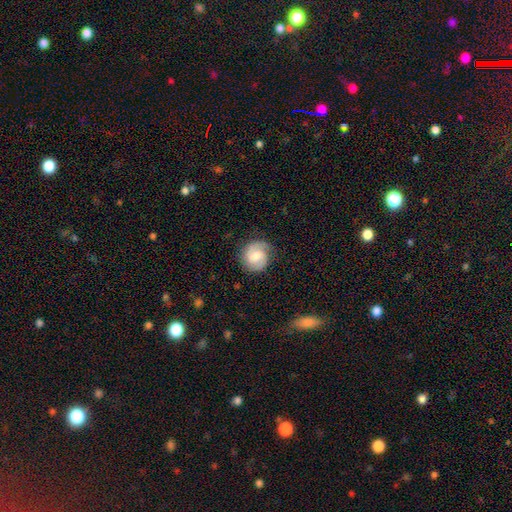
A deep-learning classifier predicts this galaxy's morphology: featured or disk 66%, smooth 28%, star or artifact 6%. Down the decision tree: edge-on disk — no (98%); bar — weak (54%); spiral arms — yes (94%); spiral arm count — 2 (81%); spiral winding — medium (45%); bulge size — moderate (53%); merging — none (78%).